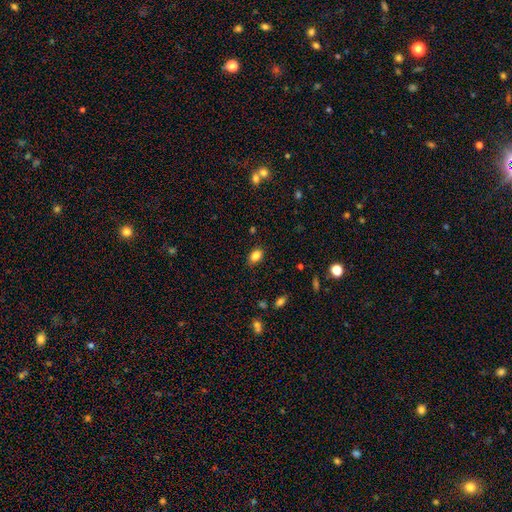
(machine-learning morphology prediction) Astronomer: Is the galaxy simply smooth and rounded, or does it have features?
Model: smooth — 85%.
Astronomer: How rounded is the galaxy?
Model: in between — 82%.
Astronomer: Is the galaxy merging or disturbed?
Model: none — 85%.